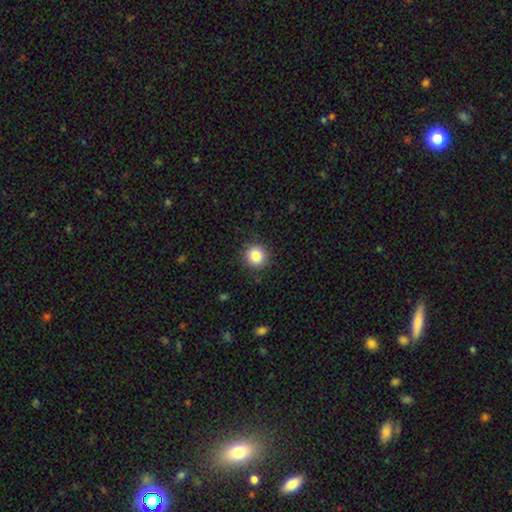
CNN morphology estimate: This is clearly a smooth galaxy (85%). How rounded: clearly round (92%). Merging: clearly none (90%).